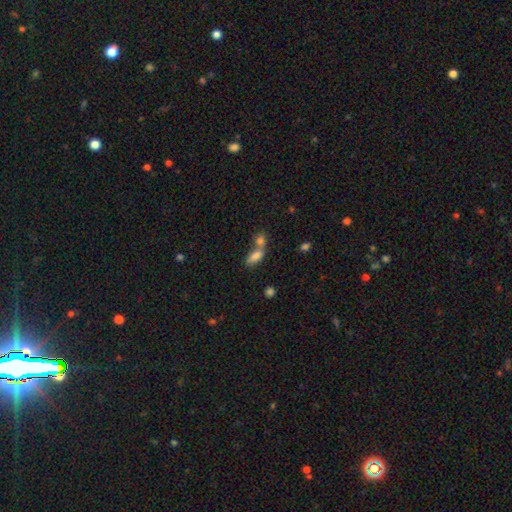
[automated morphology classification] Smooth or featured? smooth (80%)
How rounded? in between (81%)
Merging? merger (61%)